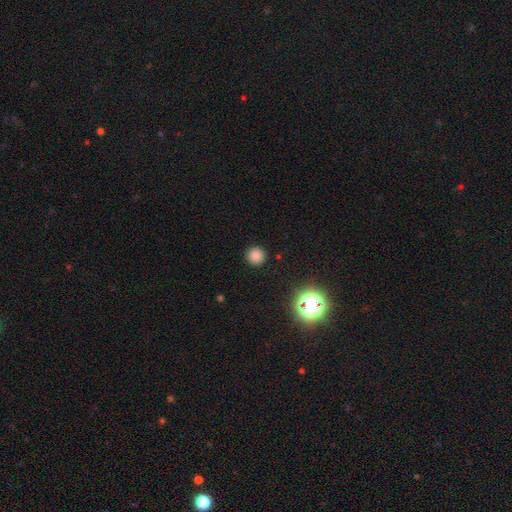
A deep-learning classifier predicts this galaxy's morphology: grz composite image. It shows a smooth galaxy with no disk features (81%) that is round (95%). Merging: none (91%).